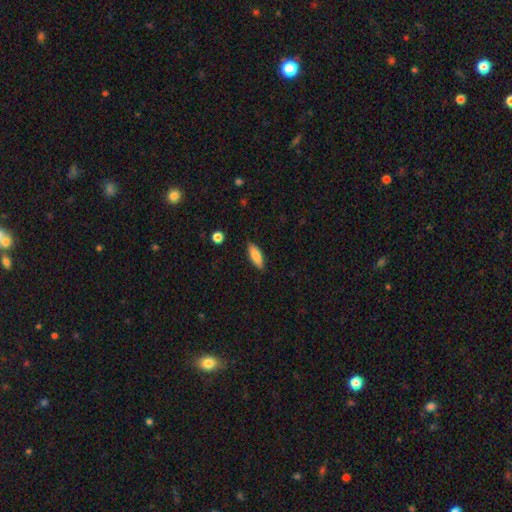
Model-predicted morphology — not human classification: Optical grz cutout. It shows a smooth galaxy with no disk features (83%) that is in between round and cigar-shaped (61%). Merging: none (87%).